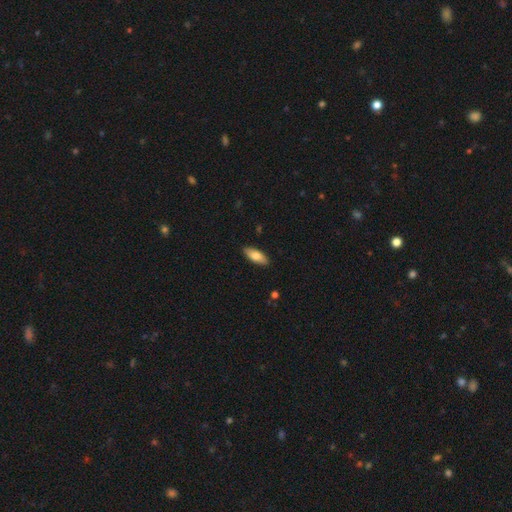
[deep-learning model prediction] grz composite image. It shows a smooth galaxy with no disk features (77%) that is in between round and cigar-shaped (77%). Merging: none (89%).